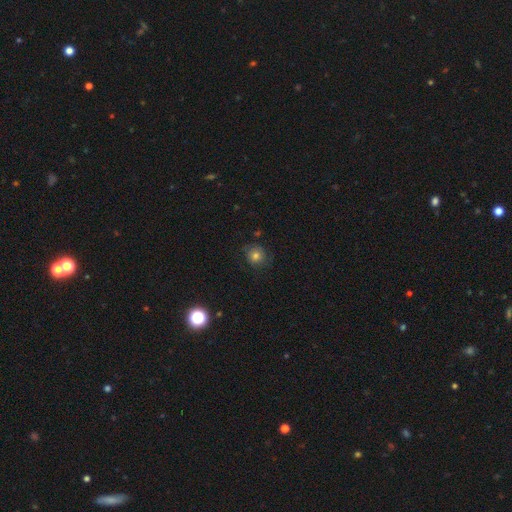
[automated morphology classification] Overall: smooth (66%). How rounded: round (86%). Merging: none (74%).